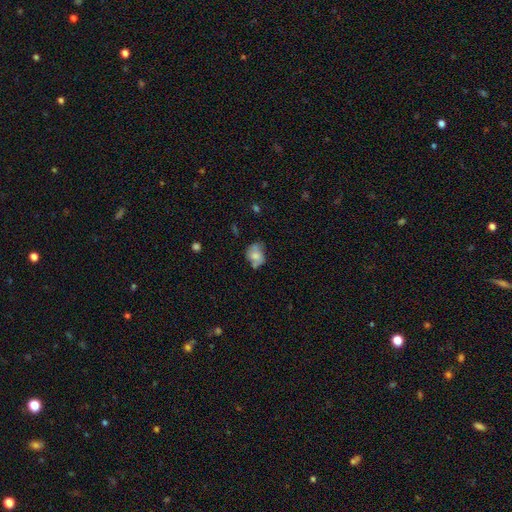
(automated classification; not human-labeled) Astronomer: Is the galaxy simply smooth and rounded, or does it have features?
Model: smooth — 64%.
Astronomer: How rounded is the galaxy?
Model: in between — 55% (runner-up: round, 43%).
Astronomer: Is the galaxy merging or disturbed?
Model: none — 44% (runner-up: minor disturbance, 32%).